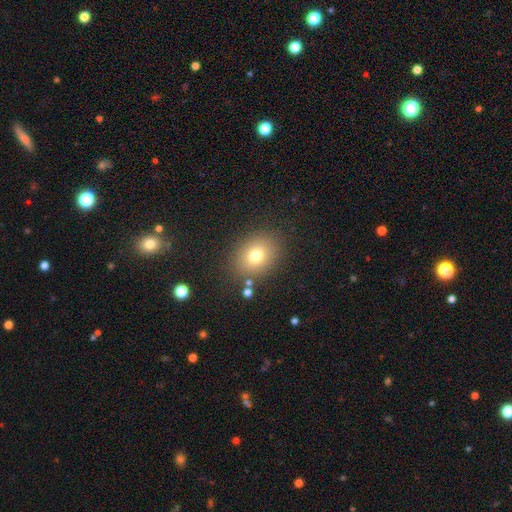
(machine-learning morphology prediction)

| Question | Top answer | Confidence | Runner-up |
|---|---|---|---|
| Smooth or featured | smooth | 75% | star or artifact (14%) |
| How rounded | in between | 51% | round (48%) |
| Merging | none | 84% | minor disturbance (10%) |